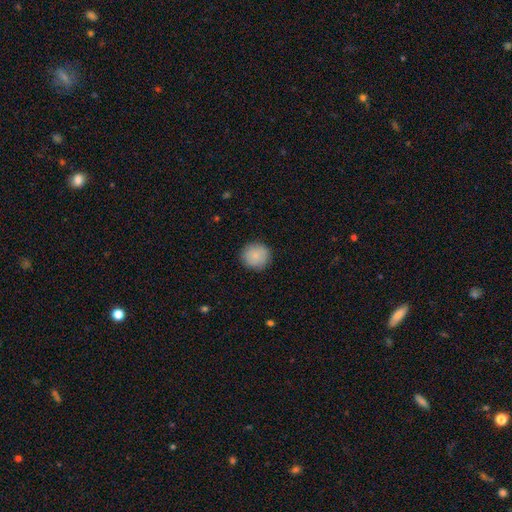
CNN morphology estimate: Overall: smooth (87%). How rounded: round (92%). Merging: none (89%).